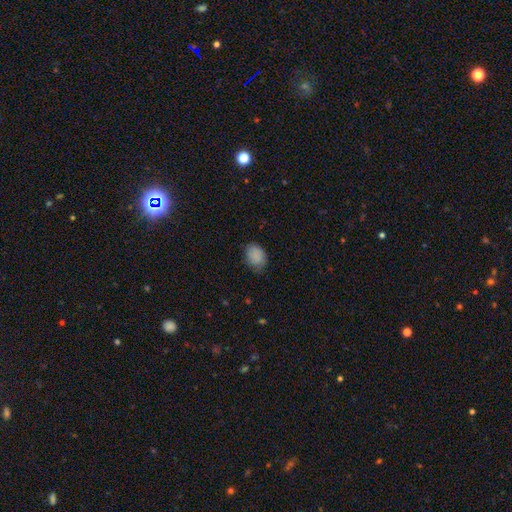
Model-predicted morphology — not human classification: Overall: smooth (87%). How rounded: in between (68%; round 31%). Merging: none (69%).